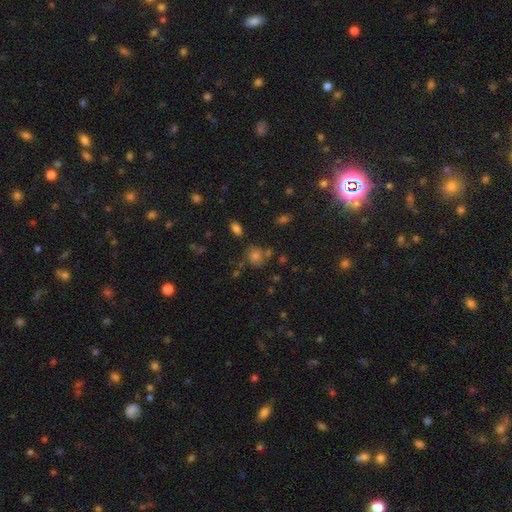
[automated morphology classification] Smooth or featured?
  - smooth: 67% *
  - star or artifact: 20%
  - featured or disk: 13%
How rounded?
  - round: 77% *
  - in between: 22%
  - cigar-shaped: 1%
Merging?
  - none: 66% *
  - minor disturbance: 16%
  - merger: 11%
  - major disturbance: 6%